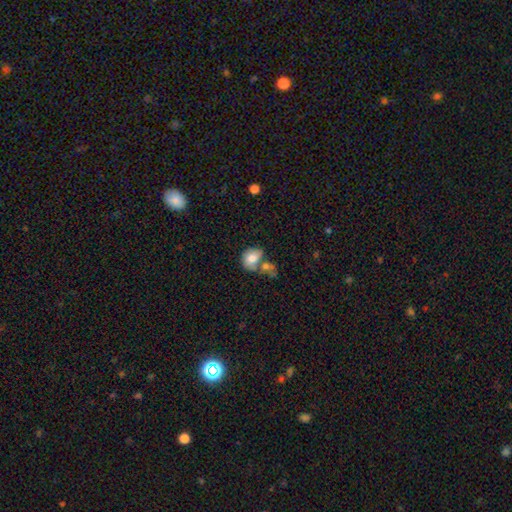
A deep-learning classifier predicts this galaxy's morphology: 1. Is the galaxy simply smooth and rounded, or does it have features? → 58% smooth, 24% star or artifact, 18% featured or disk.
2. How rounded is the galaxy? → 58% round, 39% in between, 3% cigar-shaped.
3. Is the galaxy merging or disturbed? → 45% none, 37% merger, 11% minor disturbance, 8% major disturbance.